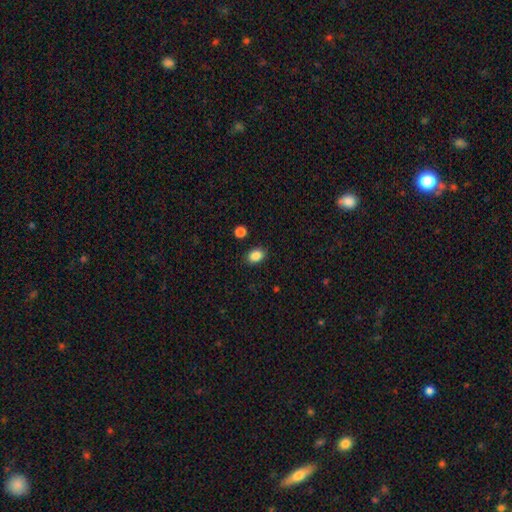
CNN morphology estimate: This is clearly a smooth galaxy (87%). How rounded: likely in between (72%). Merging: clearly none (87%).